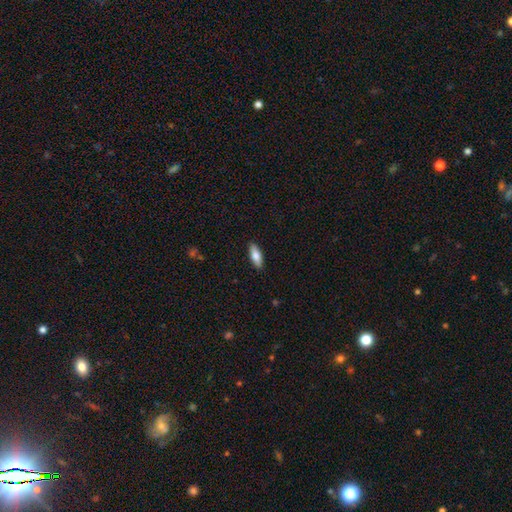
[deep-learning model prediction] Smooth or featured? smooth (72%)
How rounded? in between (67%)
Merging? none (89%)